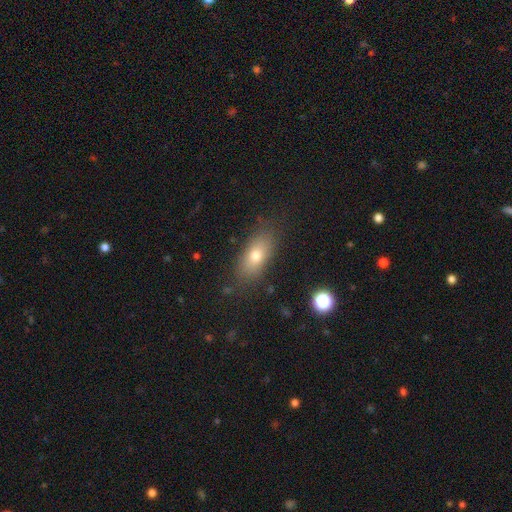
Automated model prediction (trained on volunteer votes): Overall: smooth (73%). How rounded: in between (80%). Merging: none (80%).